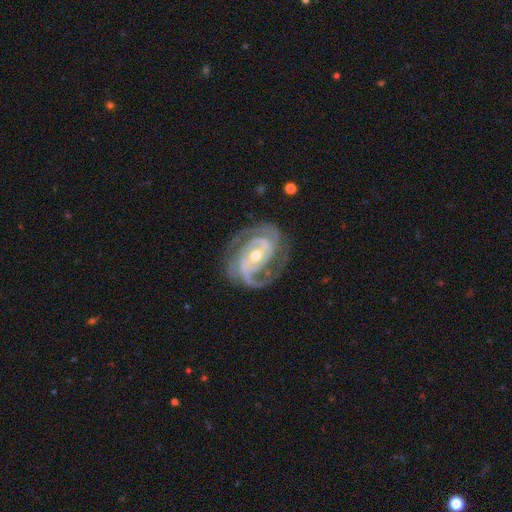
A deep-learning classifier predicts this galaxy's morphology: A featured or disk galaxy (92%) with a weak bar (36%), 2 (57%) tight (54%) spiral arms (98%) and a moderate central bulge (59%).

Vote fractions:
- Smooth or featured? featured or disk: 92% / star or artifact: 4% / smooth: 4%
- Edge-on disk? no: 97% / yes: 3%
- Bar? weak: 36% / no: 35% / strong: 29%
- Spiral arms? yes: 98% / no: 2%
- Spiral winding? tight: 54% / medium: 39% / loose: 7%
- Spiral arm count? 2: 57% / 3: 24% / can't tell: 7% / 4: 4% / 1: 4% / more than 4: 3%
- Bulge size? moderate: 59% / small: 37% / large: 3% / none: 1% / dominant: 1%
- Merging? none: 75% / minor disturbance: 16% / major disturbance: 8% / merger: 1%